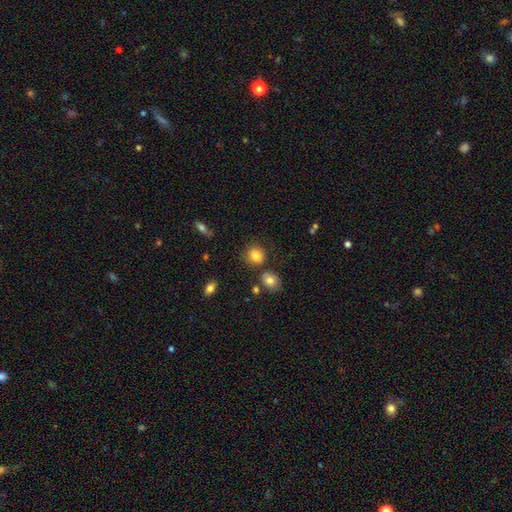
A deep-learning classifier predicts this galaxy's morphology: Smooth or featured? Predicted: smooth (p=0.83). How rounded? Predicted: round (p=0.82). Merging? Predicted: none (p=0.77).